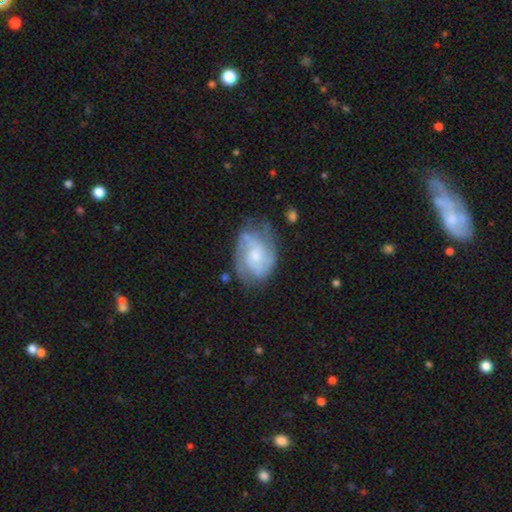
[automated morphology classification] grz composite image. It shows a featured or disk galaxy (73%) with no bar (65%), 2 (42%) medium (43%) spiral arms (86%) and a moderate central bulge (45%, tied with small). Merging: none (59%).